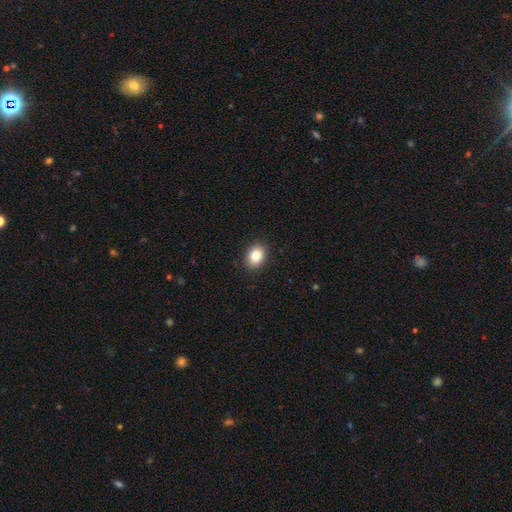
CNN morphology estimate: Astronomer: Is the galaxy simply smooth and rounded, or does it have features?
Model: smooth — 85%.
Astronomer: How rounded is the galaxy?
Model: in between — 64%.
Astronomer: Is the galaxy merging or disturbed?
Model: none — 90%.